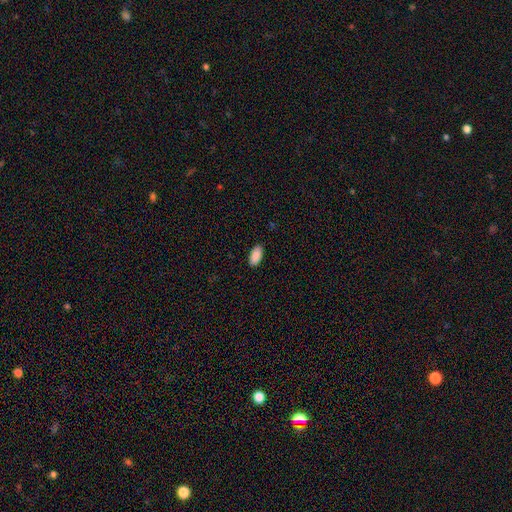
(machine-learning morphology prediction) A smooth galaxy with no disk features (90%) that is in between round and cigar-shaped (94%). Merging: none (89%).